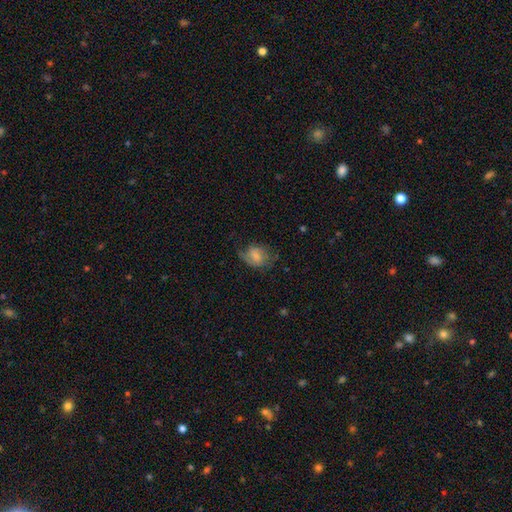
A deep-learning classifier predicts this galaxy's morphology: Smooth or featured? Predicted: smooth (p=0.50). Merging? Predicted: none (p=0.49).